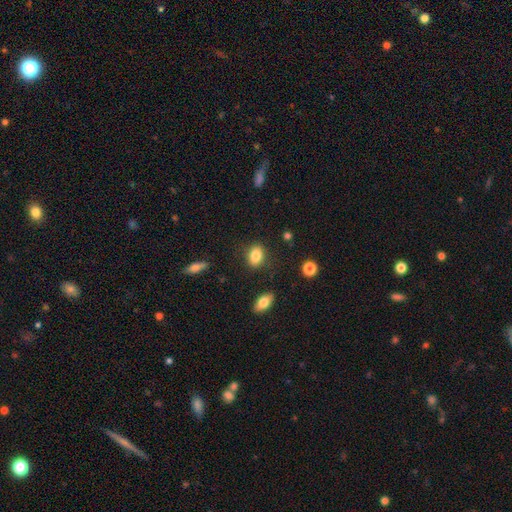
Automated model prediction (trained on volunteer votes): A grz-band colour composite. It shows a smooth galaxy with no disk features (84%) that is in between round and cigar-shaped (76%). Merging: none (83%).